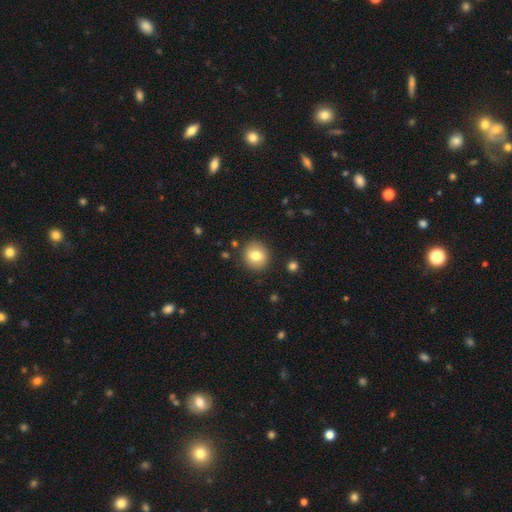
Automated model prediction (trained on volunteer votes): This is likely a smooth galaxy (76%). How rounded: clearly round (84%). Merging: clearly none (87%).